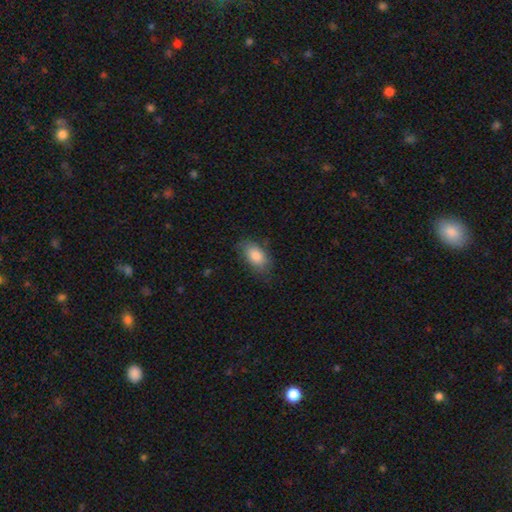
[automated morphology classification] smooth-or-featured: smooth: 85% | featured or disk: 9% | star or artifact: 7%
  how-rounded: in between: 91% | round: 6% | cigar-shaped: 2%
  merging: none: 72% | minor disturbance: 20% | major disturbance: 6% | merger: 1%